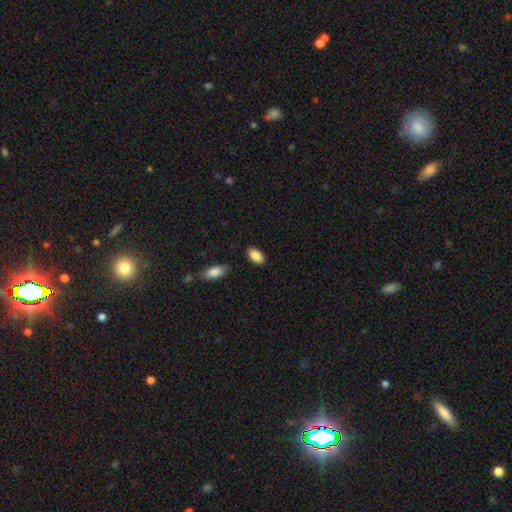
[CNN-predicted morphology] A smooth galaxy with no disk features (89%) that is in between round and cigar-shaped (92%). Merging: none (86%).